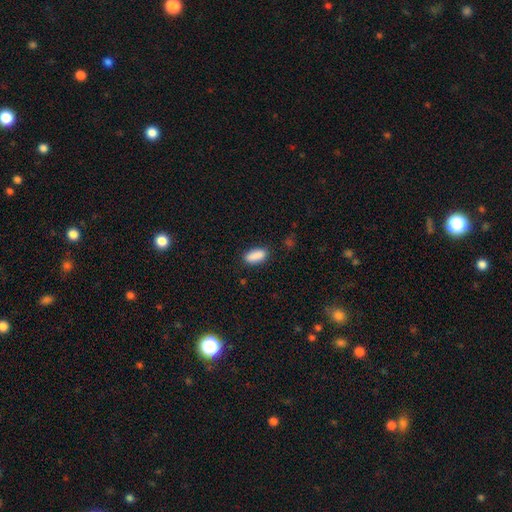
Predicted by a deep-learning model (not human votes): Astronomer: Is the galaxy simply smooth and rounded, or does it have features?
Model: smooth — 89%.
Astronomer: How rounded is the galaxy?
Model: in between — 84%.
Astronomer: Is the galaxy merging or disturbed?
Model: none — 85%.